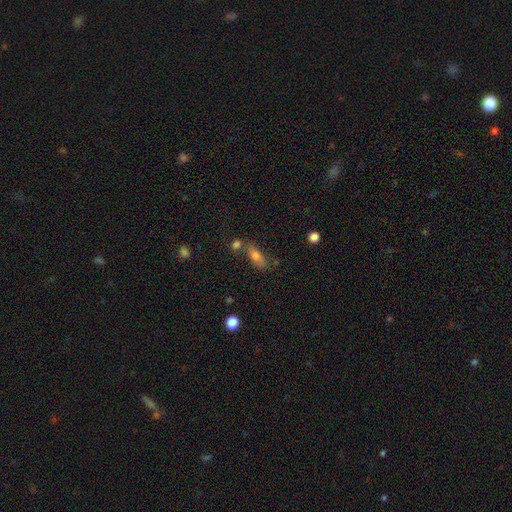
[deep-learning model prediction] smooth_or_featured: smooth (p=0.73) [alt: featured or disk p=0.17]
how_rounded: in between (p=0.73) [alt: cigar-shaped p=0.21]
merging: none (p=0.56) [alt: merger p=0.22]